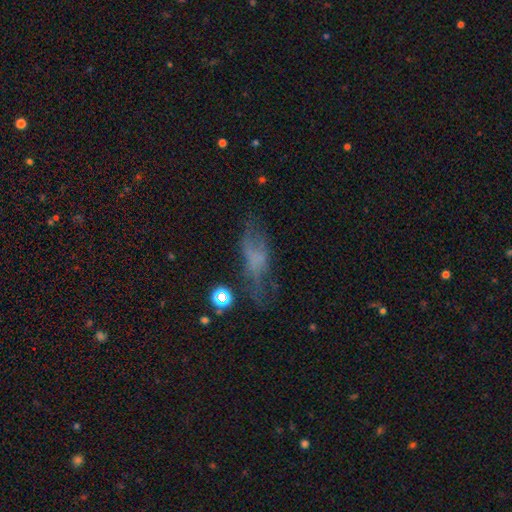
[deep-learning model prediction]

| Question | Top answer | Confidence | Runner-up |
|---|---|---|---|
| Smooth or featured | smooth | 43% | featured or disk (40%) |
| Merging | none | 43% | major disturbance (28%) |